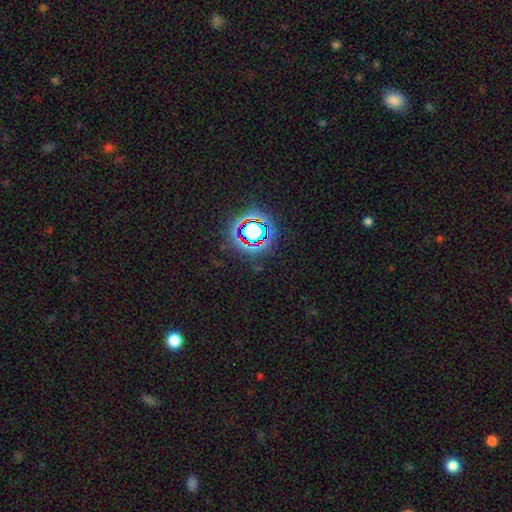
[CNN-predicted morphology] type=star or artifact (80%).